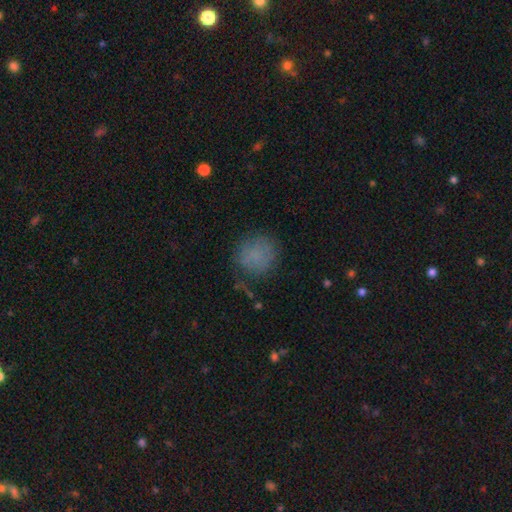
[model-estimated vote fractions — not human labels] Smooth or featured? Predicted: smooth (p=0.74). How rounded? Predicted: round (p=0.86). Merging? Predicted: none (p=0.70).